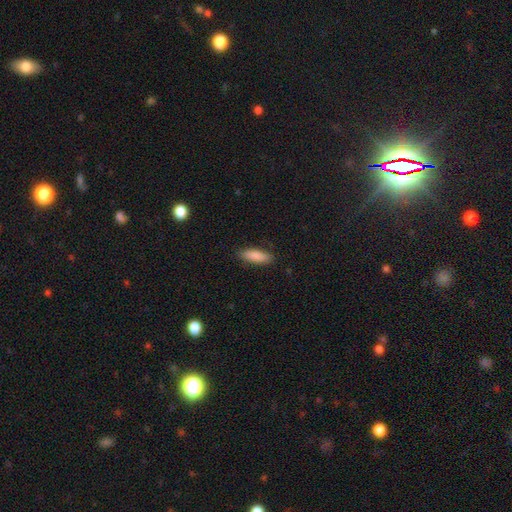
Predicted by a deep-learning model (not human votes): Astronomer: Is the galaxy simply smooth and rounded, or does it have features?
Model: smooth — 88%.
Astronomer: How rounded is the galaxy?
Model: in between — 61% (runner-up: cigar-shaped, 38%).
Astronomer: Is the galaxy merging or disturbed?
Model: none — 87%.